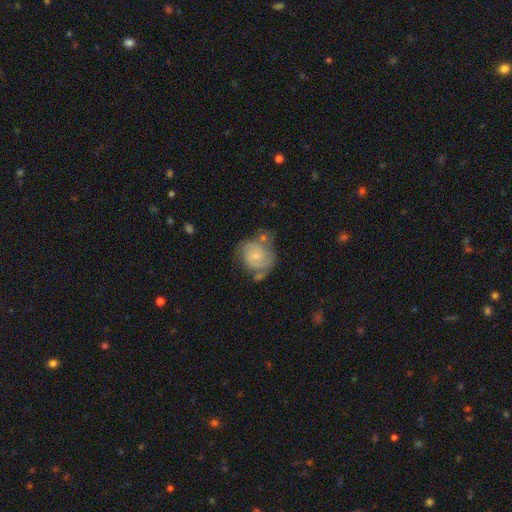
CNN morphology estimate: smooth_or_featured: featured or disk (p=0.55) [alt: smooth p=0.38]
disk_edge_on: no (p=0.98) [alt: yes p=0.02]
bar: no (p=0.47) [alt: weak p=0.45]
has_spiral_arms: yes (p=0.82) [alt: no p=0.18]
bulge_size: small (p=0.64) [alt: moderate p=0.23]
merging: none (p=0.44) [alt: minor disturbance p=0.23]